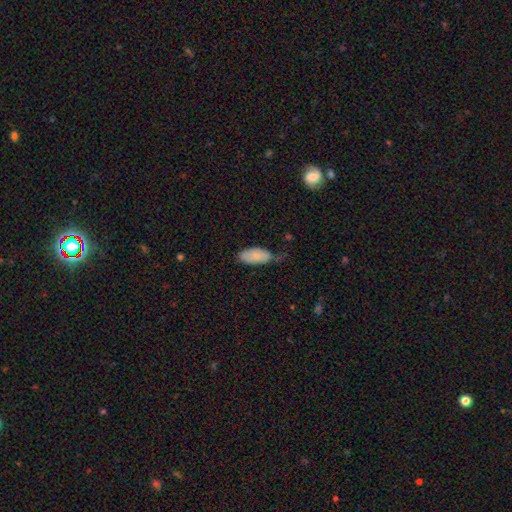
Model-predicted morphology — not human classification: The model was most divided on "merging": none: 47%, minor disturbance: 40%, major disturbance: 10%, merger: 3%. More confident: how rounded — in between (93%); smooth or featured — smooth (85%).